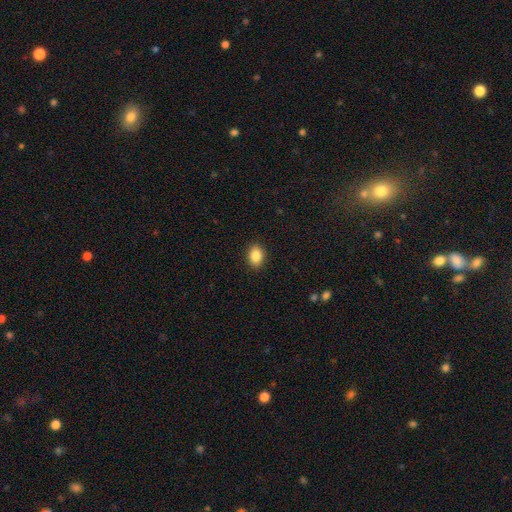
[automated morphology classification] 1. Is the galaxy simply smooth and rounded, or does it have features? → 87% smooth, 8% star or artifact, 4% featured or disk.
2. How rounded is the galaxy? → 73% in between, 25% round, 1% cigar-shaped.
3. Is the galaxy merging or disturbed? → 90% none, 7% minor disturbance, 2% major disturbance, 1% merger.